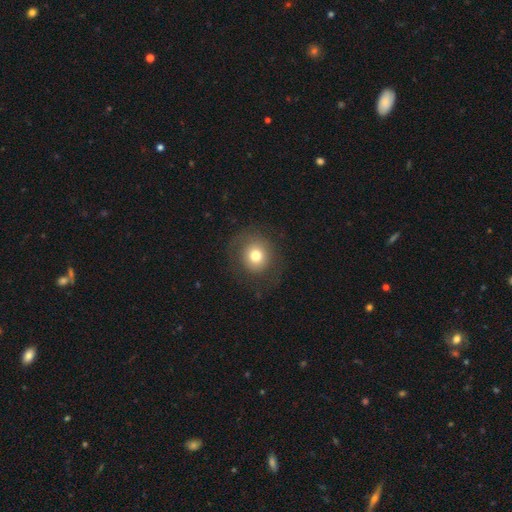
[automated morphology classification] A smooth galaxy with no disk features (73%) that is round (87%). Merging: none (78%).